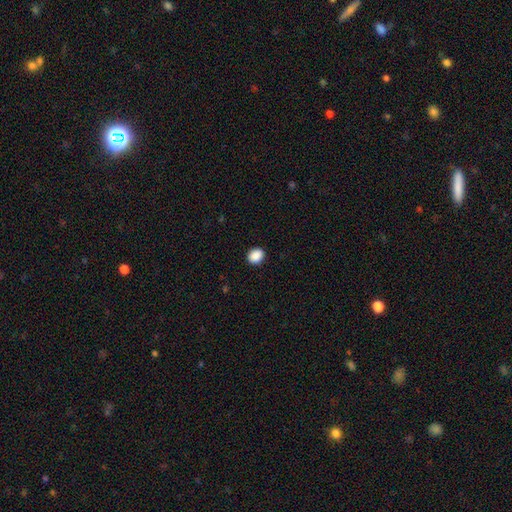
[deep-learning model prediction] smooth 89%, star or artifact 8%, featured or disk 2%. Down the decision tree: how rounded — round (62%); merging — none (91%).